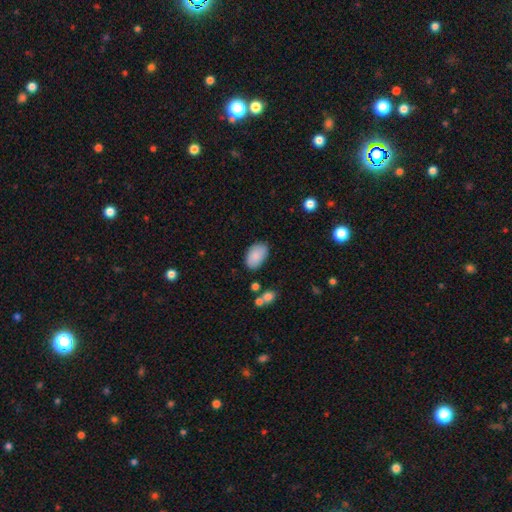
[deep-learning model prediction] Smooth or featured?
  - smooth: 87% *
  - star or artifact: 7%
  - featured or disk: 6%
How rounded?
  - in between: 92% *
  - round: 7%
  - cigar-shaped: 1%
Merging?
  - none: 81% *
  - minor disturbance: 14%
  - major disturbance: 3%
  - merger: 2%